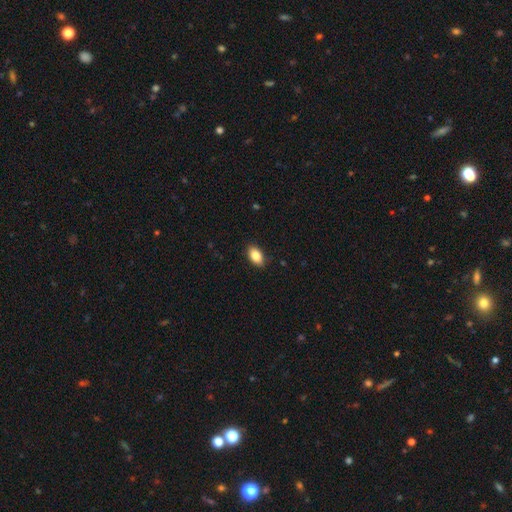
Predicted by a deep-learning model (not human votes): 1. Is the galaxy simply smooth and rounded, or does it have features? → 86% smooth, 7% star or artifact, 7% featured or disk.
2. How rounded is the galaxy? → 91% in between, 6% round, 2% cigar-shaped.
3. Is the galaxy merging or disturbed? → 88% none, 9% minor disturbance, 2% major disturbance, 1% merger.